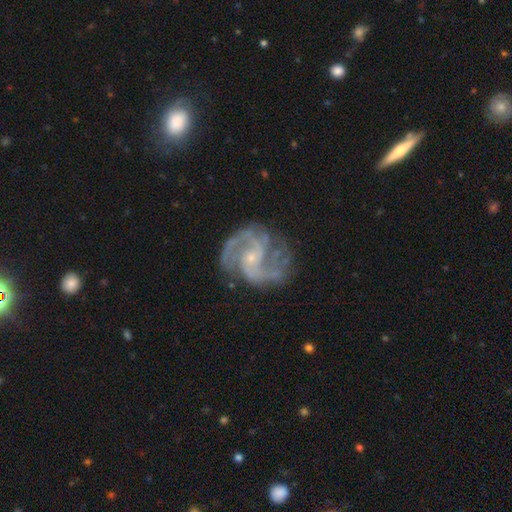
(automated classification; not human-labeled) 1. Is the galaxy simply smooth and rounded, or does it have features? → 91% featured or disk, 6% star or artifact, 4% smooth.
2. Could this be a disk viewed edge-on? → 98% no, 2% yes.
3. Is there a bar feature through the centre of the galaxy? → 43% no (tied), 43% weak (tied), 14% strong.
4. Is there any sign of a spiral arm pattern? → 98% yes, 2% no.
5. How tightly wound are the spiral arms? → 58% medium, 25% tight, 17% loose.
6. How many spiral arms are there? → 66% 2, 18% 3, 6% can't tell, 4% 4, 3% 1, 3% more than 4.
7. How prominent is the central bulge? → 69% small, 23% moderate, 6% none, 1% large, 1% dominant.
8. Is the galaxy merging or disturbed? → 72% none, 17% minor disturbance, 9% major disturbance, 2% merger.